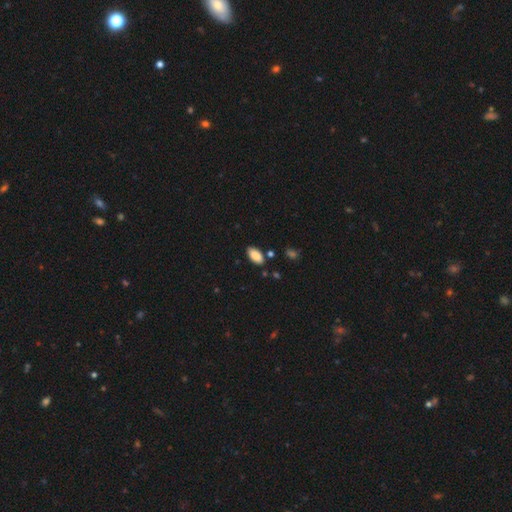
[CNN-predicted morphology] Q: Smooth or featured?
A: smooth (88%); runner-up: star or artifact (7%)
Q: How rounded?
A: in between (93%); runner-up: cigar-shaped (5%)
Q: Merging?
A: none (84%); runner-up: minor disturbance (11%)